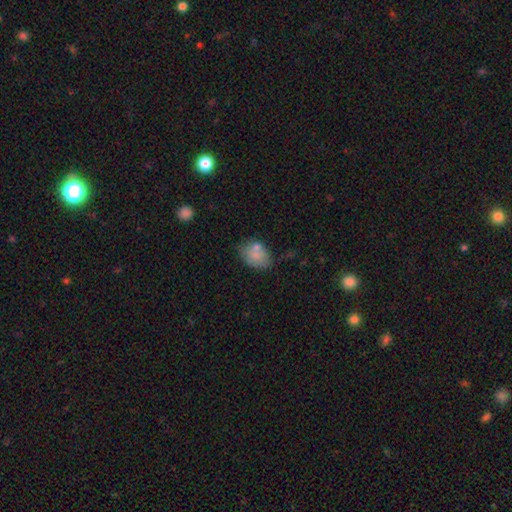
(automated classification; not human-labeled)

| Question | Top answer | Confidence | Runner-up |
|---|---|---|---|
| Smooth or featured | smooth | 78% | featured or disk (13%) |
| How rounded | in between | 73% | round (26%) |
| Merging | none | 56% | minor disturbance (22%) |